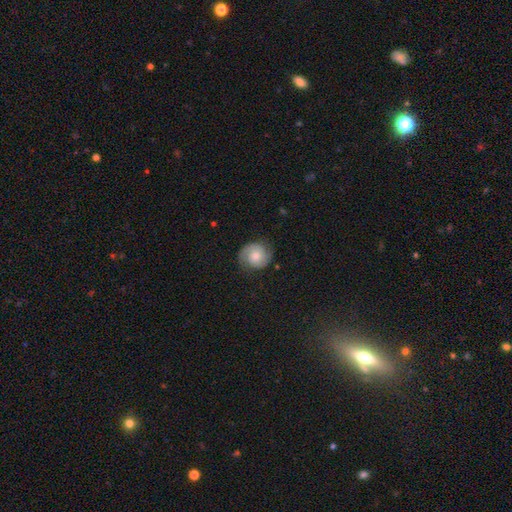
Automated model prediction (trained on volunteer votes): Smooth or featured?
  - featured or disk: 68% *
  - smooth: 24%
  - star or artifact: 8%
Edge-on disk?
  - no: 98% *
  - yes: 2%
Bar?
  - no: 73% *
  - weak: 24%
  - strong: 4%
Spiral arms?
  - yes: 95% *
  - no: 5%
Spiral winding?
  - tight: 49% *
  - medium: 39%
  - loose: 12%
Spiral arm count?
  - 2: 88% *
  - can't tell: 5%
  - 1: 3%
  - 3: 1%
  - 4: 1%
  - more than 4: 1%
Bulge size?
  - moderate: 56% *
  - small: 31%
  - large: 8%
  - none: 4%
  - dominant: 2%
Merging?
  - none: 79% *
  - minor disturbance: 15%
  - major disturbance: 5%
  - merger: 1%